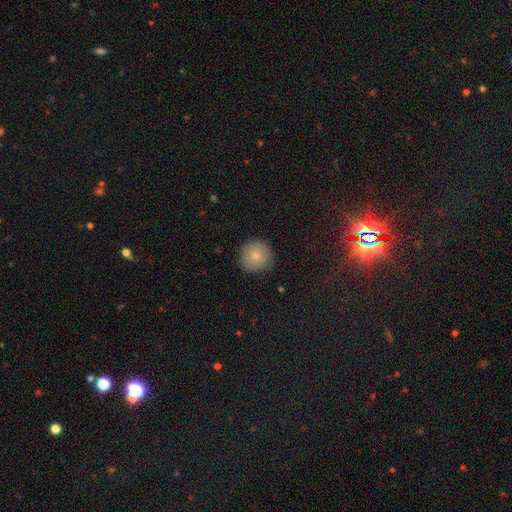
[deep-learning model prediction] A smooth galaxy with no disk features (83%) that is round (94%).

Vote fractions:
- Smooth or featured? smooth: 83% / featured or disk: 9% / star or artifact: 8%
- How rounded? round: 94% / in between: 5% / cigar-shaped: 1%
- Merging? none: 86% / minor disturbance: 10% / major disturbance: 2% / merger: 1%